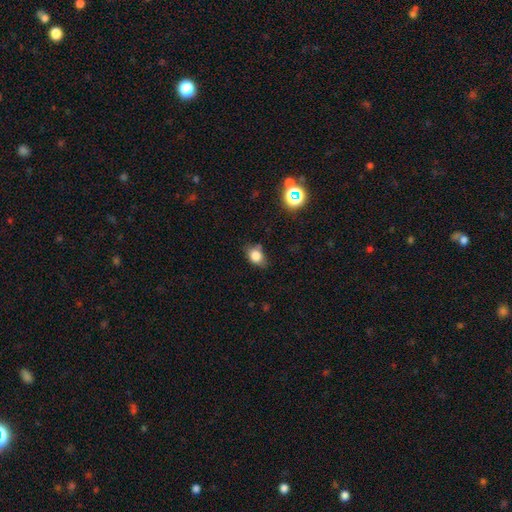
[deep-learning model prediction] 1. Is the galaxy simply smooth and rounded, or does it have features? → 79% smooth, 12% star or artifact, 9% featured or disk.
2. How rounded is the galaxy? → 66% in between, 33% round, 2% cigar-shaped.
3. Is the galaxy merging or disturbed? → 66% none, 25% minor disturbance, 5% major disturbance, 3% merger.